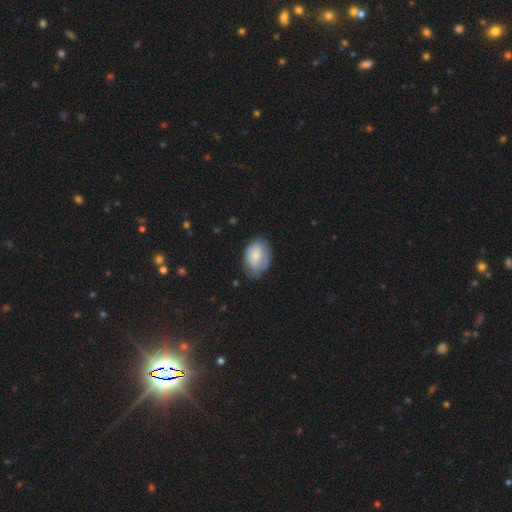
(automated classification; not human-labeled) This appears to be a smooth galaxy with no disk features (68%) that is in between round and cigar-shaped (80%). Merging: none (66%).